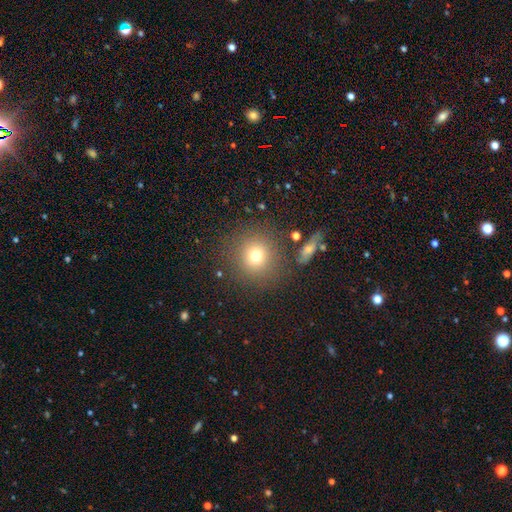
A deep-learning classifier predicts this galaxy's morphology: smooth_or_featured: smooth (p=0.73) [alt: star or artifact p=0.16]
how_rounded: round (p=0.92) [alt: in between p=0.07]
merging: none (p=0.83) [alt: minor disturbance p=0.09]